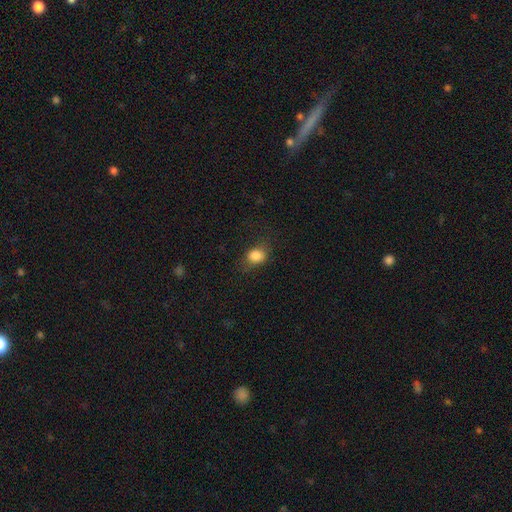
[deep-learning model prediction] Smooth or featured: smooth — 84% (star or artifact — 10%)
How rounded: in between — 54% (round — 44%)
Merging: none — 67% (minor disturbance — 22%)